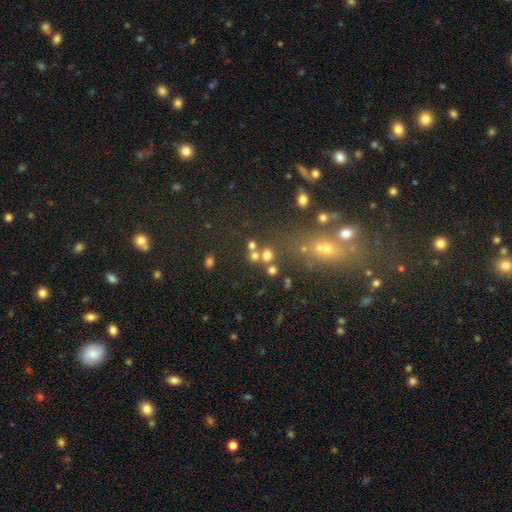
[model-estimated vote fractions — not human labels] Smooth or featured?
  - star or artifact: 44% *
  - smooth: 39%
  - featured or disk: 17%